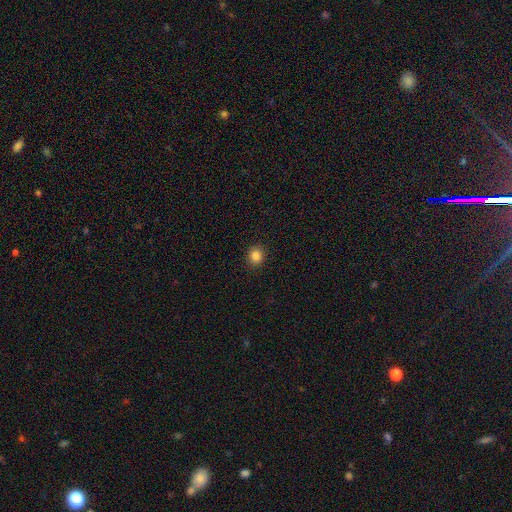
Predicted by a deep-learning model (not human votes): Smooth or featured: smooth — 85% (star or artifact — 11%)
How rounded: round — 84% (in between — 16%)
Merging: none — 92% (minor disturbance — 5%)